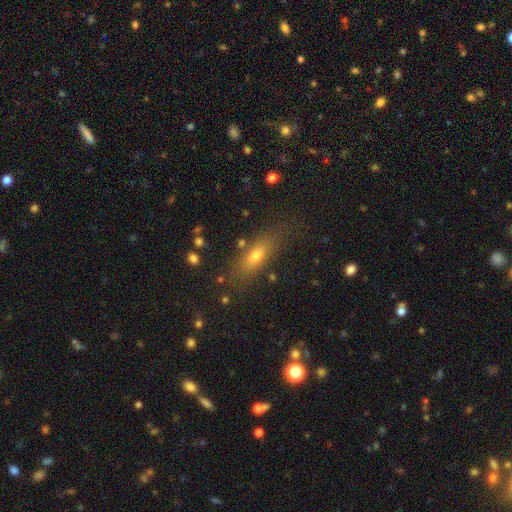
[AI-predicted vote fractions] Morphology: type=smooth (68%); roundness=in between (60%); merging=none (78%).